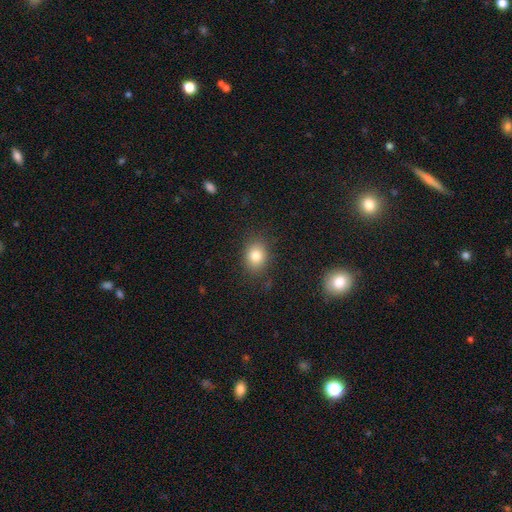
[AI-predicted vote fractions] Smooth or featured: smooth — 80% (star or artifact — 11%)
How rounded: in between — 52% (round — 47%)
Merging: none — 83% (minor disturbance — 12%)